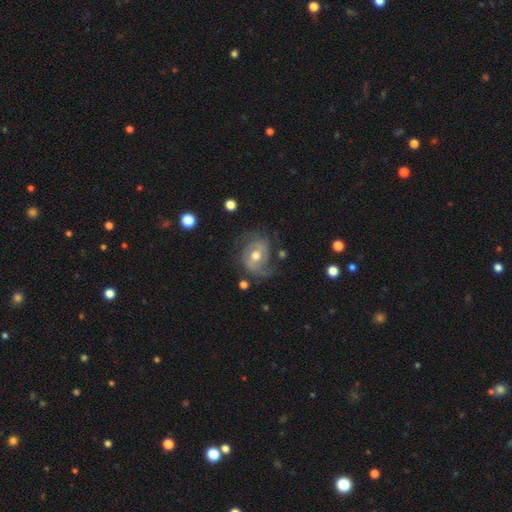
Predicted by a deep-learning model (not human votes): Smooth or featured? featured or disk (79%)
Edge-on disk? no (97%)
Bar? no (44%)
Spiral arms? yes (90%)
Spiral winding? medium (44%)
Spiral arm count? 2 (68%)
Bulge size? moderate (75%)
Merging? none (62%)